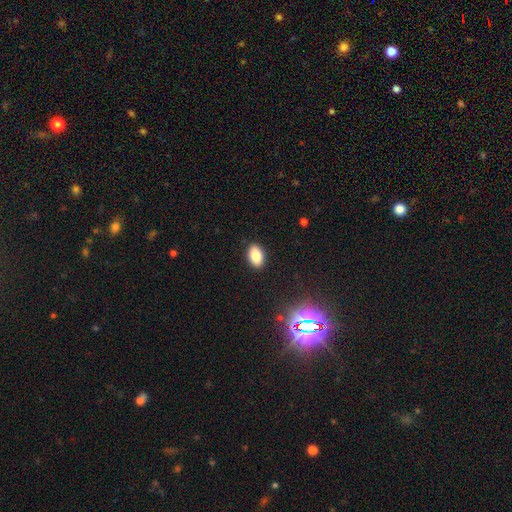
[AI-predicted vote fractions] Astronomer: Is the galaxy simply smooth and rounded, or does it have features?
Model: smooth — 83%.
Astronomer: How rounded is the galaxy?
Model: in between — 91%.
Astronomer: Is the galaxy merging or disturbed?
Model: none — 89%.